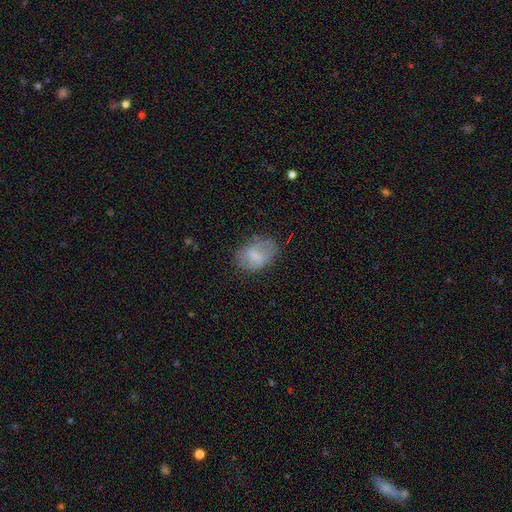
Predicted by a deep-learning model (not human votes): smooth-or-featured: smooth: 59% | featured or disk: 33% | star or artifact: 8%
  how-rounded: in between: 80% | round: 18% | cigar-shaped: 2%
  merging: none: 67% | minor disturbance: 23% | major disturbance: 9% | merger: 2%